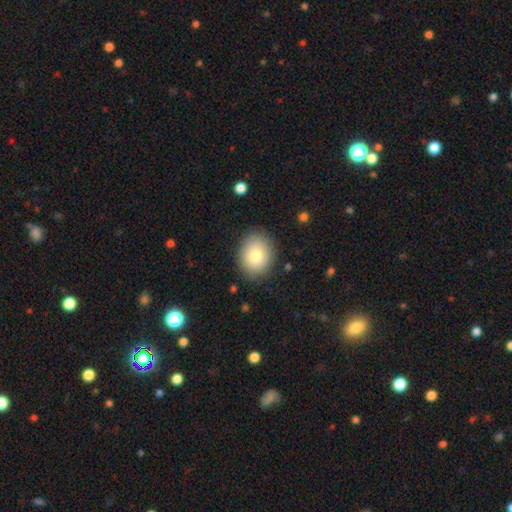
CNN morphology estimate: smooth_or_featured: smooth (p=0.78) [alt: featured or disk p=0.13]
how_rounded: round (p=0.58) [alt: in between p=0.42]
merging: none (p=0.85) [alt: minor disturbance p=0.10]